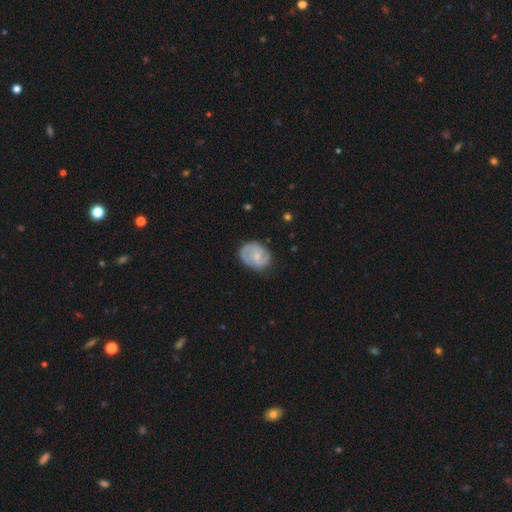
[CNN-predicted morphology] This appears to be a featured or disk galaxy (69%) with no bar (52%), 2 (71%) medium (45%) spiral arms (89%) and a small central bulge (54%). Merging: none (69%).